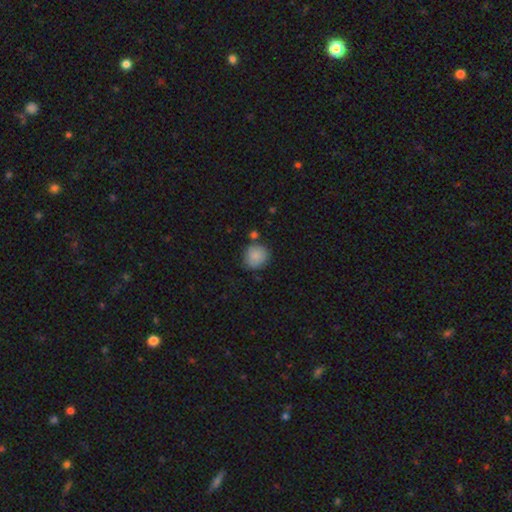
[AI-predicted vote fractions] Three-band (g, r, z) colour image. It shows a smooth galaxy with no disk features (86%) that is round (86%). Merging: none (75%).